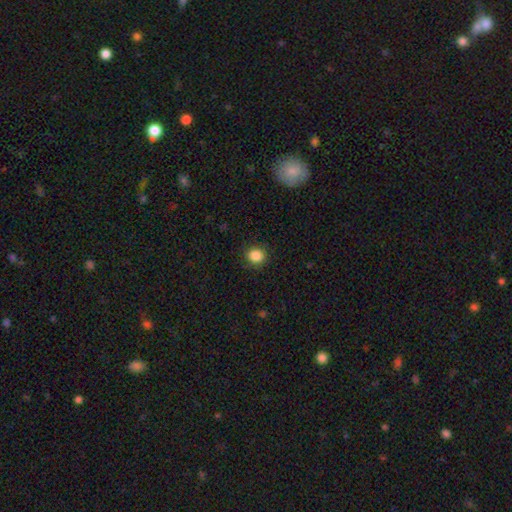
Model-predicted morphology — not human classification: type=smooth (87%); roundness=round (83%); merging=none (90%).